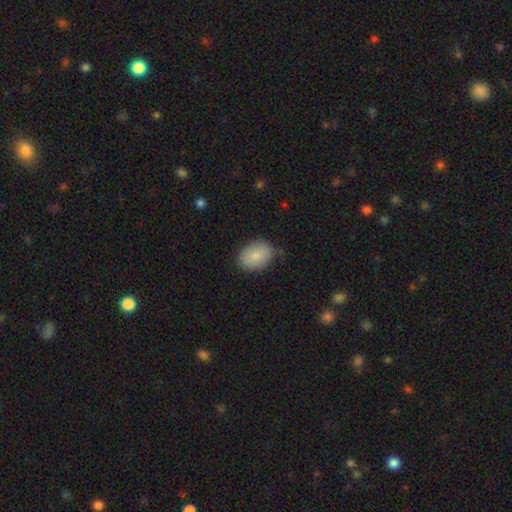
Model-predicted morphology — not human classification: A smooth galaxy with no disk features (84%) that is in between round and cigar-shaped (72%). Merging: none (77%).